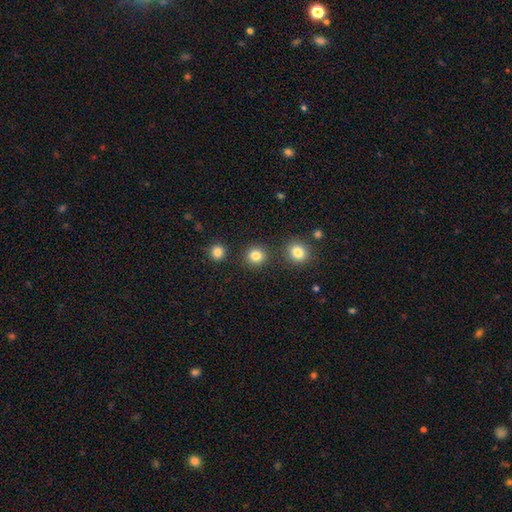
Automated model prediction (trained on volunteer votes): Q: Smooth or featured?
A: smooth (83%); runner-up: star or artifact (12%)
Q: How rounded?
A: round (92%); runner-up: in between (7%)
Q: Merging?
A: none (89%); runner-up: minor disturbance (5%)